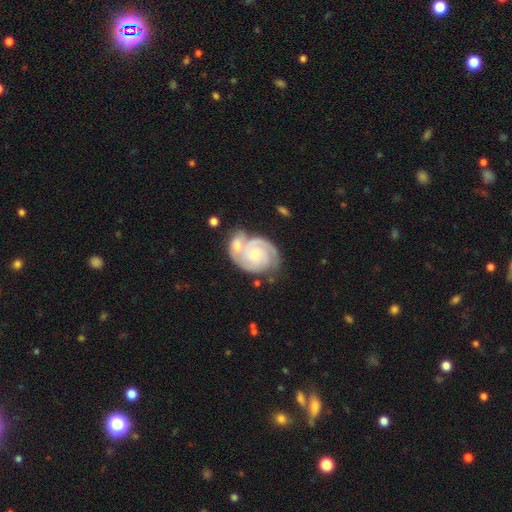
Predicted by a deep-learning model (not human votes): smooth_or_featured: featured or disk (p=0.84) [alt: smooth p=0.11]
disk_edge_on: no (p=0.98) [alt: yes p=0.02]
bar: no (p=0.72) [alt: weak p=0.24]
has_spiral_arms: yes (p=0.97) [alt: no p=0.03]
spiral_winding: tight (p=0.67) [alt: medium p=0.28]
spiral_arm_count: 2 (p=0.59) [alt: 3 p=0.17]
bulge_size: small (p=0.59) [alt: moderate p=0.34]
merging: none (p=0.42) [alt: merger p=0.35]